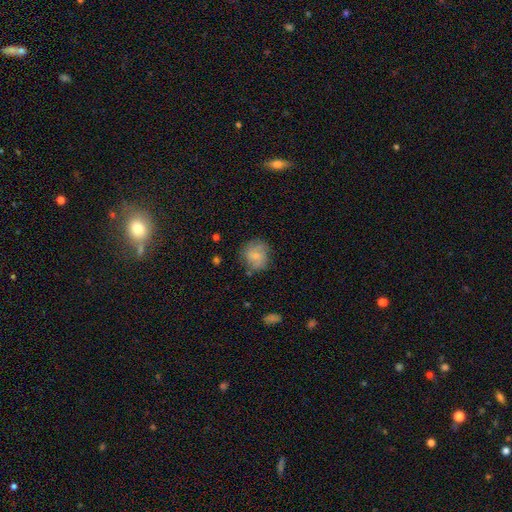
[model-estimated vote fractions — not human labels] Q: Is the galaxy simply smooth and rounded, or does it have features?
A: smooth — 74%.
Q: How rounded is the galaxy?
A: round — 78%.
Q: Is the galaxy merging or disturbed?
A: none — 68%.